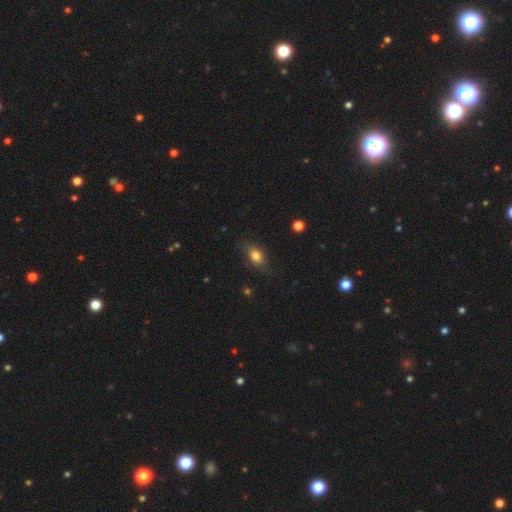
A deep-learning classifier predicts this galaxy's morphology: The model was most divided on "merging": none: 76%, minor disturbance: 18%, major disturbance: 5%, merger: 1%. More confident: how rounded — in between (80%); smooth or featured — smooth (79%).